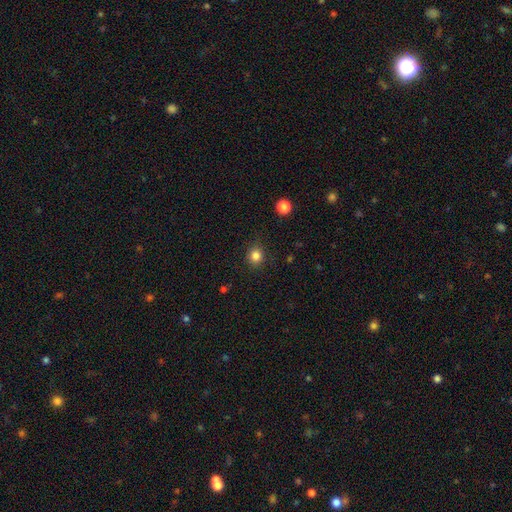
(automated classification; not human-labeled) Overall: smooth (83%). How rounded: round (81%). Merging: none (86%).